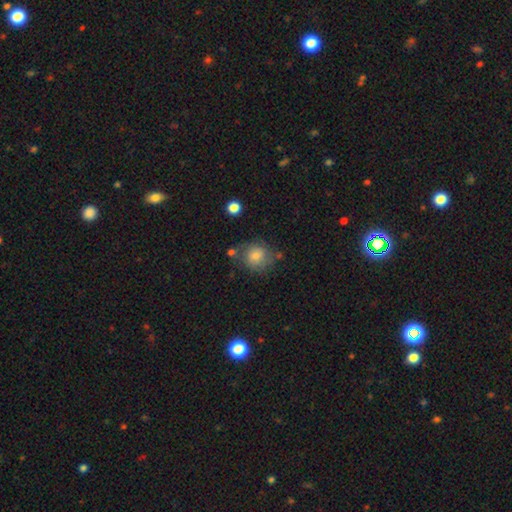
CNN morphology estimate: Smooth or featured? Predicted: smooth (p=0.71). How rounded? Predicted: round (p=0.78). Merging? Predicted: none (p=0.64).